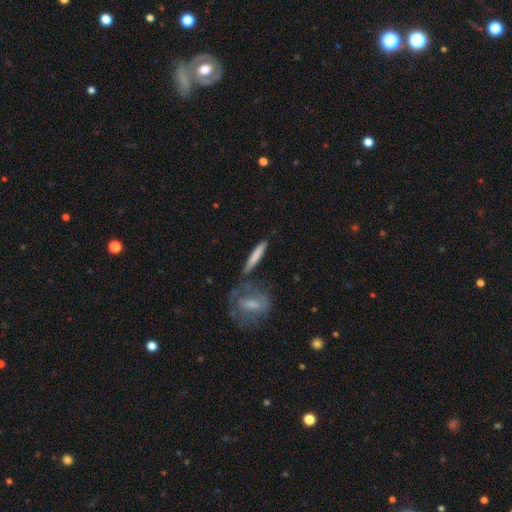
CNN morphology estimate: Smooth or featured? smooth (74%)
How rounded? cigar-shaped (89%)
Merging? none (76%)